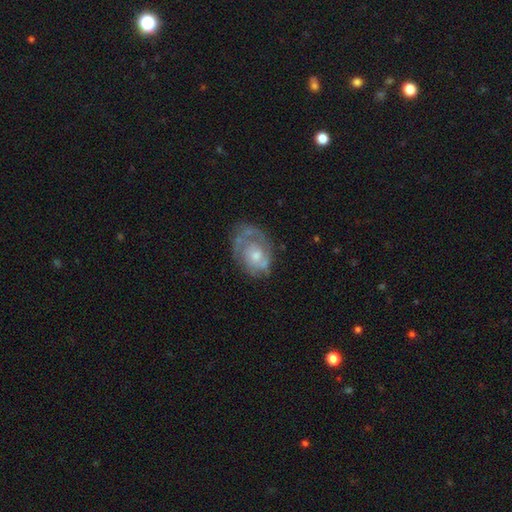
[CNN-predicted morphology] Smooth or featured?
  - featured or disk: 67% *
  - smooth: 27%
  - star or artifact: 6%
Edge-on disk?
  - no: 97% *
  - yes: 3%
Bar?
  - no: 82% *
  - weak: 16%
  - strong: 2%
Spiral arms?
  - yes: 63% *
  - no: 37%
Bulge size?
  - moderate: 53% *
  - small: 35%
  - large: 7%
  - none: 5%
  - dominant: 1%
Merging?
  - none: 50% *
  - minor disturbance: 26%
  - major disturbance: 19%
  - merger: 4%